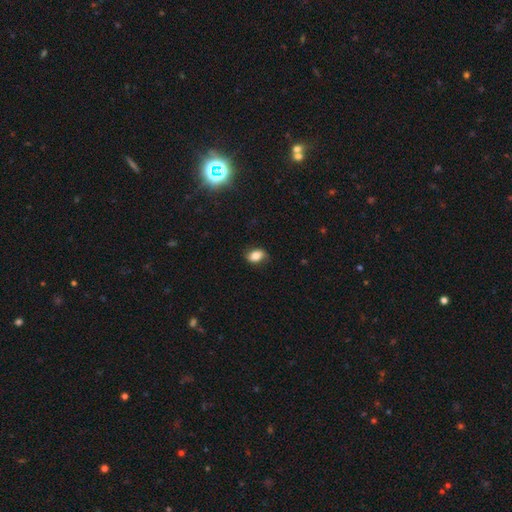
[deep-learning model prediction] Smooth or featured? Predicted: smooth (p=0.81). How rounded? Predicted: in between (p=0.79). Merging? Predicted: none (p=0.79).